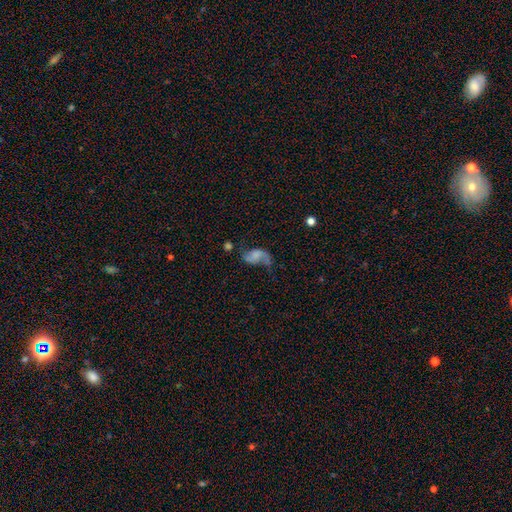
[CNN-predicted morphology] Q: Smooth or featured?
A: featured or disk (58%); runner-up: smooth (32%)
Q: Edge-on disk?
A: no (97%); runner-up: yes (3%)
Q: Bar?
A: no (61%); runner-up: weak (30%)
Q: Spiral arms?
A: yes (84%); runner-up: no (16%)
Q: Bulge size?
A: none (46%); runner-up: small (27%)
Q: Merging?
A: none (40%); runner-up: major disturbance (29%)